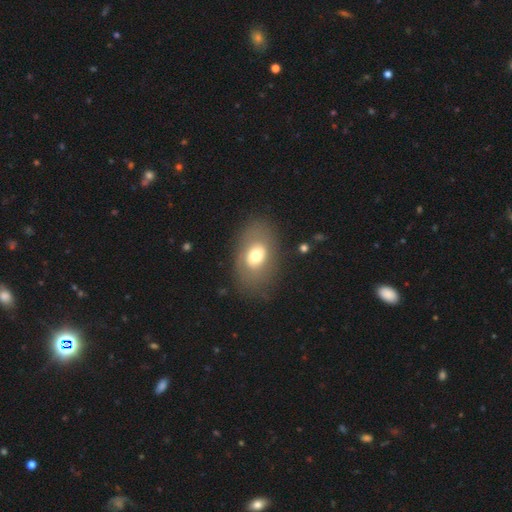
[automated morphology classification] Overall: smooth (61%; featured or disk 31%). How rounded: in between (81%). Merging: none (75%).